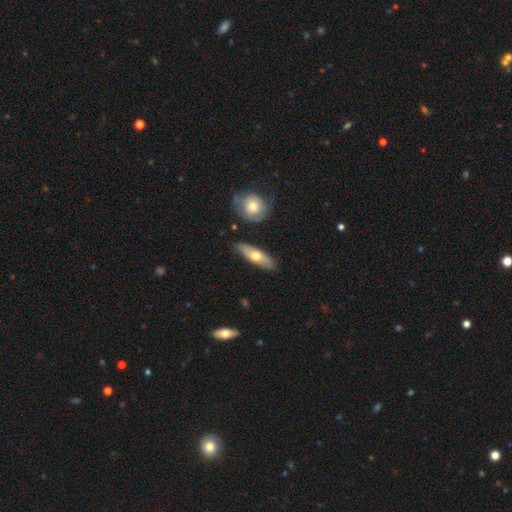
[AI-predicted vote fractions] Smooth or featured? Predicted: smooth (p=0.59). How rounded? Predicted: in between (p=0.54). Merging? Predicted: none (p=0.83).